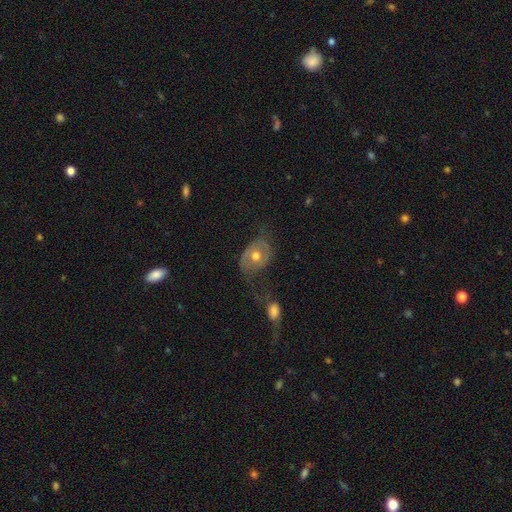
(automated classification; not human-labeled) Morphology: type=featured or disk (58%); edge-on=no (94%); bar=no (78%); spiral arms=yes (57%); bulge=moderate (78%); merging=none (42%).